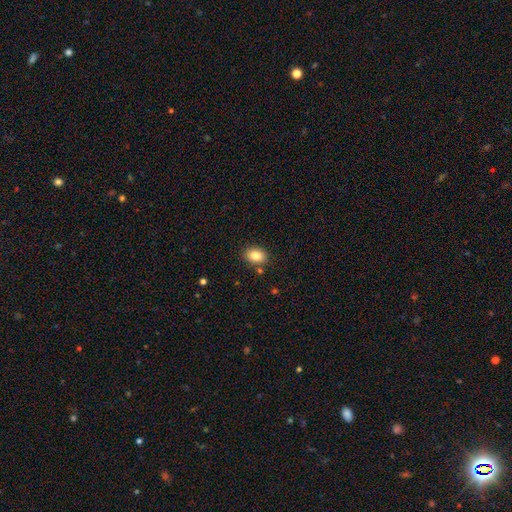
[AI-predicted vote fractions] A smooth galaxy with no disk features (84%) that is in between round and cigar-shaped (69%). Merging: none (85%).